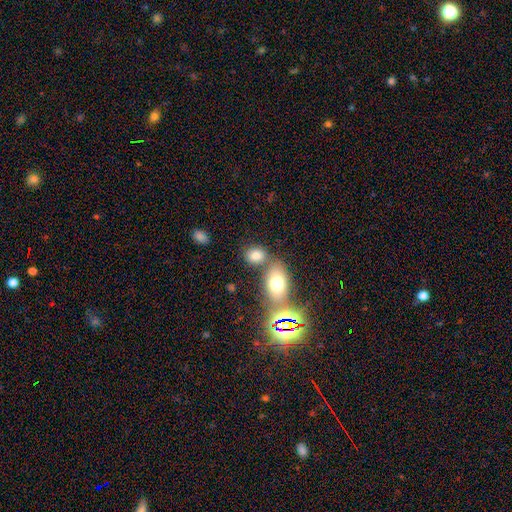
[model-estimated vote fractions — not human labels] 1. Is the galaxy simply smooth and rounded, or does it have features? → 77% smooth, 13% star or artifact, 10% featured or disk.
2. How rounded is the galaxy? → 57% in between, 41% round, 2% cigar-shaped.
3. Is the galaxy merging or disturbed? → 60% none, 25% merger, 11% minor disturbance, 4% major disturbance.